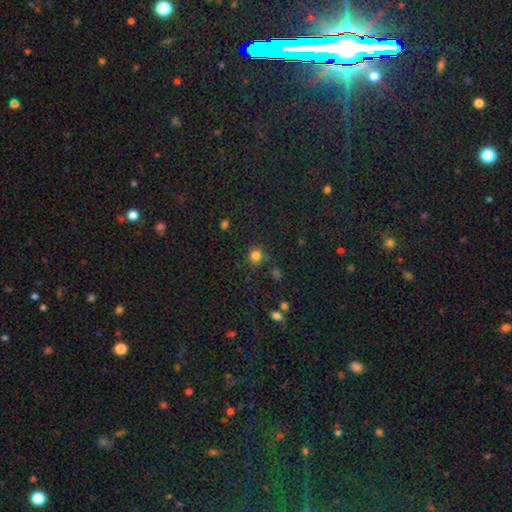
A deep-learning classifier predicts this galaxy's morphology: This appears to be a smooth galaxy with no disk features (81%) that is round (89%). Merging: none (79%).